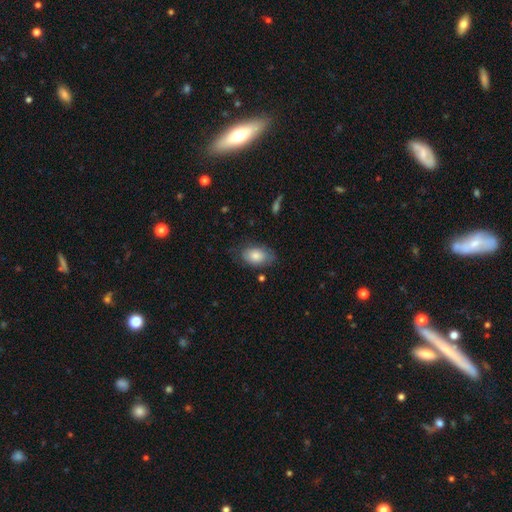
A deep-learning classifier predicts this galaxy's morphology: type=smooth (78%); roundness=in between (90%); merging=none (67%).